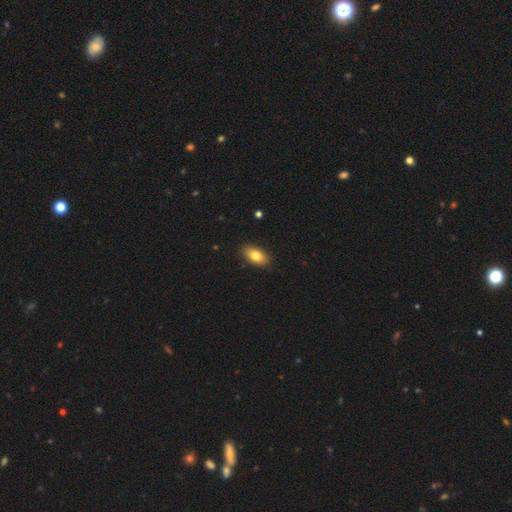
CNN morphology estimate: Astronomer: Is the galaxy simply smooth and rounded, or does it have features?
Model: smooth — 81%.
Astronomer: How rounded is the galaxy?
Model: in between — 91%.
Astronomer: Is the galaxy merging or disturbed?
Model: none — 88%.